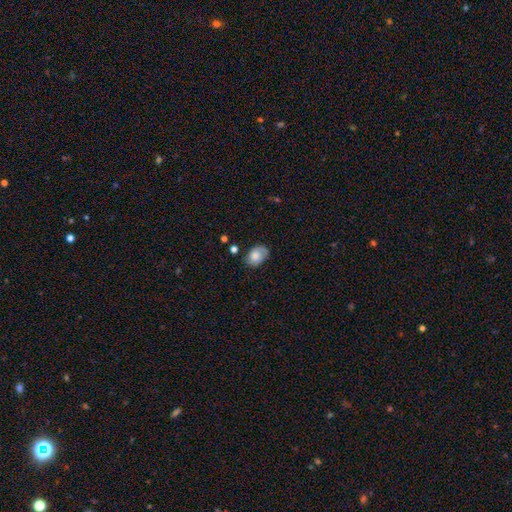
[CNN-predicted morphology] smooth-or-featured: smooth: 70% | featured or disk: 22% | star or artifact: 8%
  how-rounded: in between: 80% | round: 19% | cigar-shaped: 1%
  merging: none: 68% | minor disturbance: 24% | major disturbance: 6% | merger: 3%